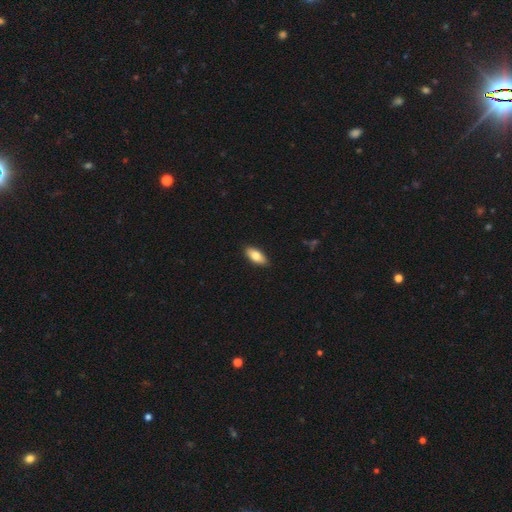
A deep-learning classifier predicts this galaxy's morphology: Q: Smooth or featured?
A: smooth (79%); runner-up: featured or disk (15%)
Q: How rounded?
A: in between (84%); runner-up: cigar-shaped (13%)
Q: Merging?
A: none (89%); runner-up: minor disturbance (8%)